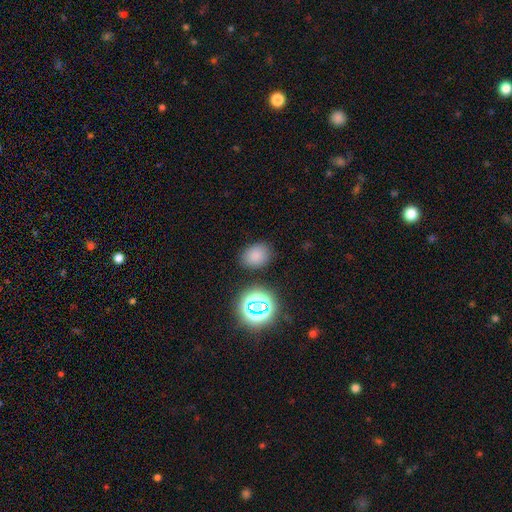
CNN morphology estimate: The model was most divided on "how rounded": in between: 62%, round: 37%, cigar-shaped: 1%. More confident: merging — none (82%); smooth or featured — smooth (77%).